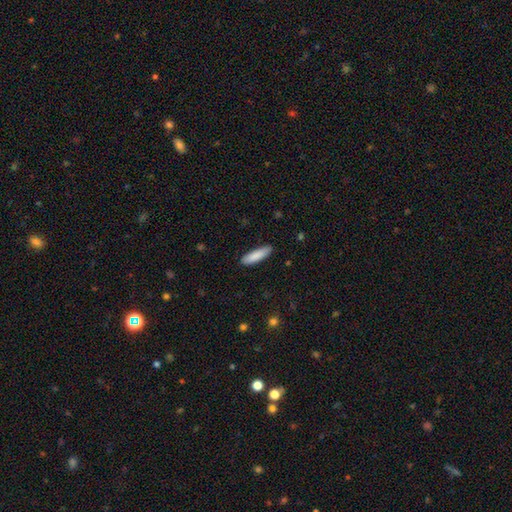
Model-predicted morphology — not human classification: Q: Smooth or featured?
A: smooth (87%); runner-up: featured or disk (8%)
Q: How rounded?
A: cigar-shaped (68%); runner-up: in between (31%)
Q: Merging?
A: none (88%); runner-up: minor disturbance (9%)